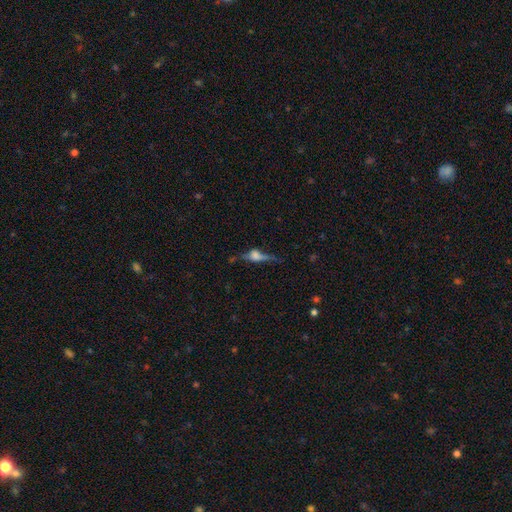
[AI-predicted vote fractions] This appears to be a featured or disk galaxy (61%) viewed edge-on (91%) with a rounded central bulge (81%). Merging: none (60%).